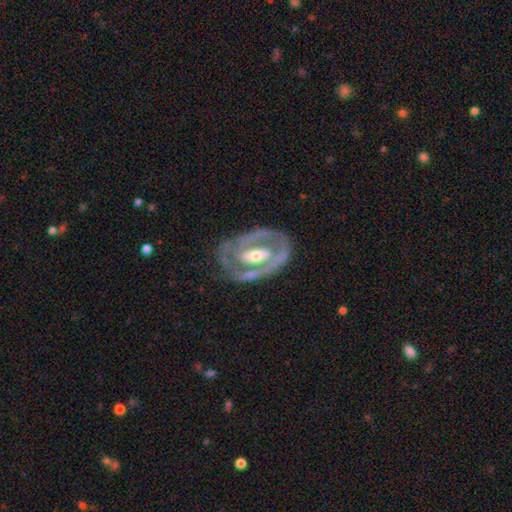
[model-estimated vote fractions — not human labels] featured or disk 80%, smooth 16%, star or artifact 5%. Down the decision tree: edge-on disk — no (93%); bar — no (36%); spiral arms — yes (52%); bulge size — moderate (59%); merging — none (67%).